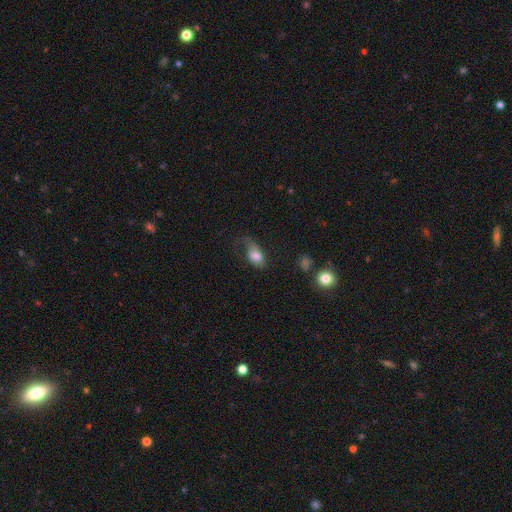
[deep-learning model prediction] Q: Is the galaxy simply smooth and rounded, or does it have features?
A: smooth — 67%.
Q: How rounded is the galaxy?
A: in between — 87%.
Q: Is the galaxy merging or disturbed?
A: major disturbance — 41%.